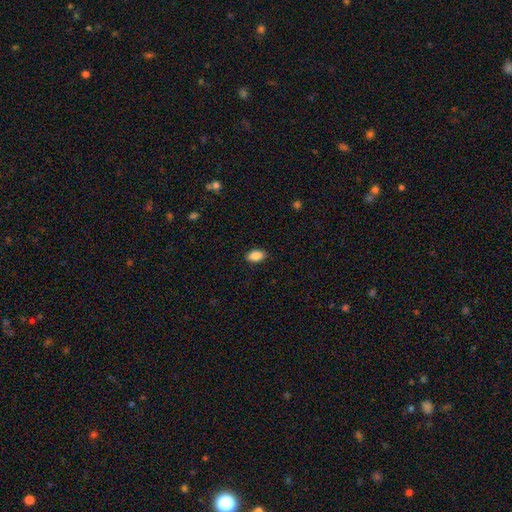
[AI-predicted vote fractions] This appears to be a smooth galaxy with no disk features (88%) that is in between round and cigar-shaped (91%). Merging: none (88%).